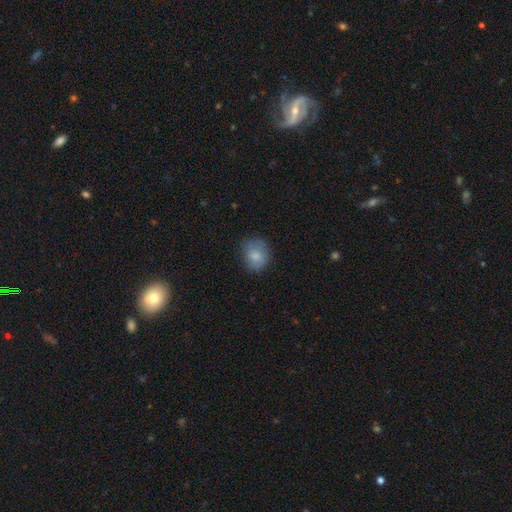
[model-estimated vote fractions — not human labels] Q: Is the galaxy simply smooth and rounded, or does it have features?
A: smooth — 79%.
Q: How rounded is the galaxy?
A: round — 65%.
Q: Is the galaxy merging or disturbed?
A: none — 72%.